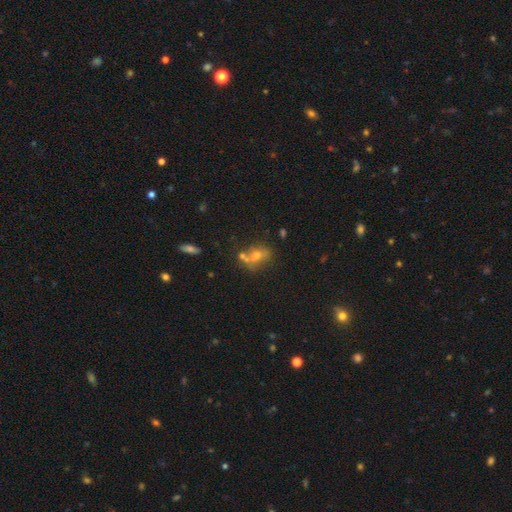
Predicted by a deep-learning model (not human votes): smooth_or_featured: smooth (p=0.47) [alt: featured or disk p=0.27]
merging: none (p=0.47) [alt: merger p=0.32]